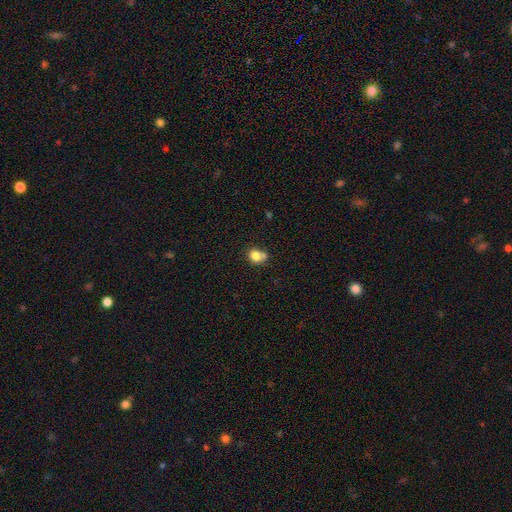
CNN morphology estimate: This appears to be a smooth galaxy with no disk features (79%) that is round (65%). Merging: none (49%).